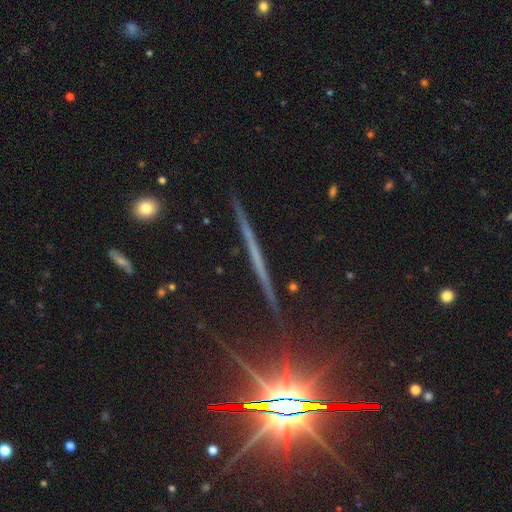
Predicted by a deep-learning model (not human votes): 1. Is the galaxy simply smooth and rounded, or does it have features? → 54% featured or disk, 31% star or artifact, 16% smooth.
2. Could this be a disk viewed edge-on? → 97% yes, 3% no.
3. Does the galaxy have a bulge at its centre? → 84% none, 10% rounded, 6% boxy.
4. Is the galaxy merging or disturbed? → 90% none, 7% minor disturbance, 2% major disturbance, 1% merger.